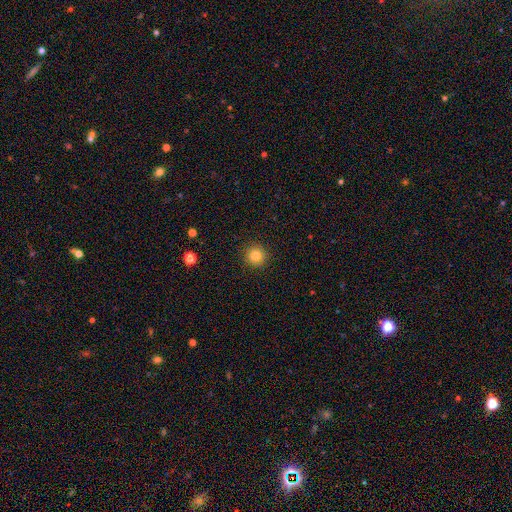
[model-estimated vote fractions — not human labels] A smooth galaxy with no disk features (83%) that is round (95%).

Vote fractions:
- Smooth or featured? smooth: 83% / star or artifact: 12% / featured or disk: 5%
- How rounded? round: 95% / in between: 4% / cigar-shaped: 1%
- Merging? none: 92% / minor disturbance: 5% / major disturbance: 2% / merger: 1%